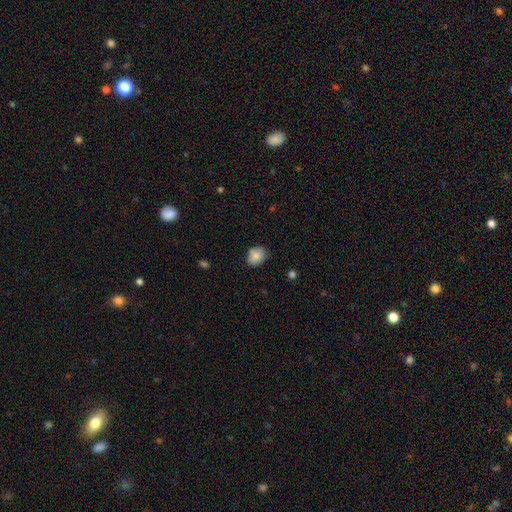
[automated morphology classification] Overall: smooth (83%). How rounded: in between (55%; round 44%). Merging: none (75%).